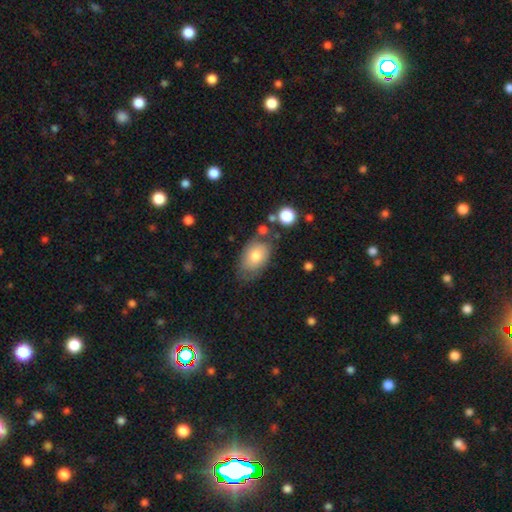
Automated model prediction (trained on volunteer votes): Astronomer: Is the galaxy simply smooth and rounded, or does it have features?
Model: smooth — 72%.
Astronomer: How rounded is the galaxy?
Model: in between — 86%.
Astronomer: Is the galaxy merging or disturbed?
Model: none — 58%.